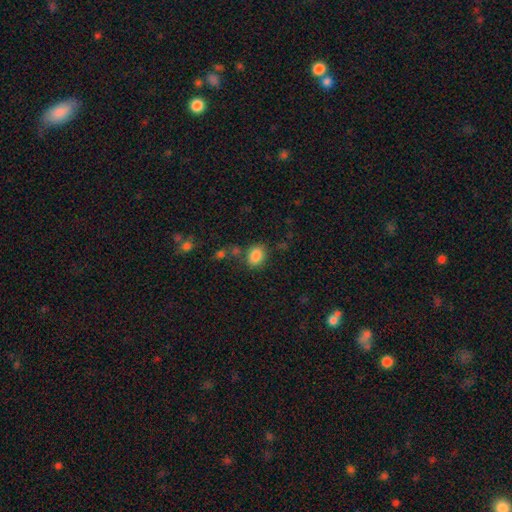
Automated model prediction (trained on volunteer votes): A smooth galaxy with no disk features (85%) that is in between round and cigar-shaped (59%).

Vote fractions:
- Smooth or featured? smooth: 85% / star or artifact: 10% / featured or disk: 5%
- How rounded? in between: 59% / round: 40% / cigar-shaped: 1%
- Merging? none: 74% / minor disturbance: 14% / merger: 7% / major disturbance: 5%